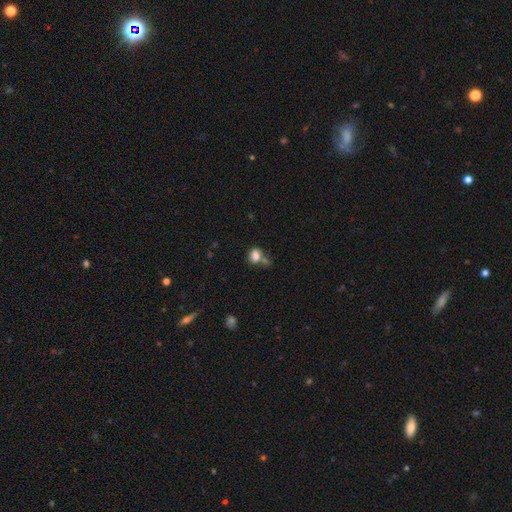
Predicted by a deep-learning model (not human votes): smooth 81%, star or artifact 11%, featured or disk 8%. Down the decision tree: how rounded — in between (56%); merging — none (46%).